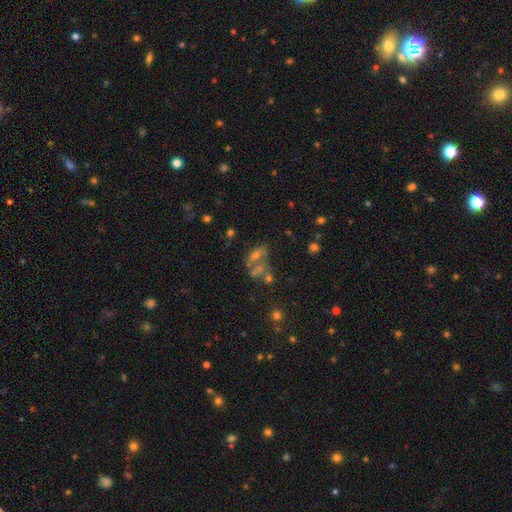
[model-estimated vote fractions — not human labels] smooth-or-featured: featured or disk: 38% | smooth: 34% | star or artifact: 29%
  merging: merger: 37% | none: 31% | major disturbance: 18% | minor disturbance: 13%